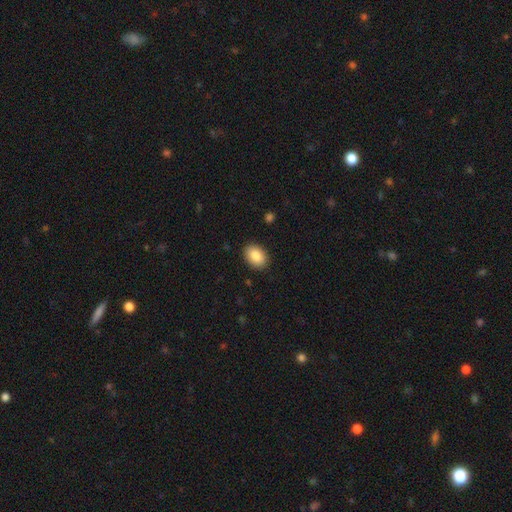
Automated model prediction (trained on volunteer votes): Overall: smooth (88%). How rounded: in between (81%). Merging: none (89%).